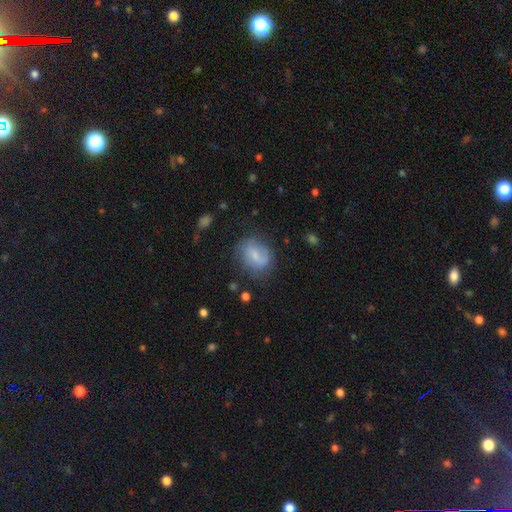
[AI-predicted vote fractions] Q: Smooth or featured?
A: smooth (55%); runner-up: featured or disk (36%)
Q: How rounded?
A: in between (55%); runner-up: round (43%)
Q: Merging?
A: none (64%); runner-up: minor disturbance (23%)